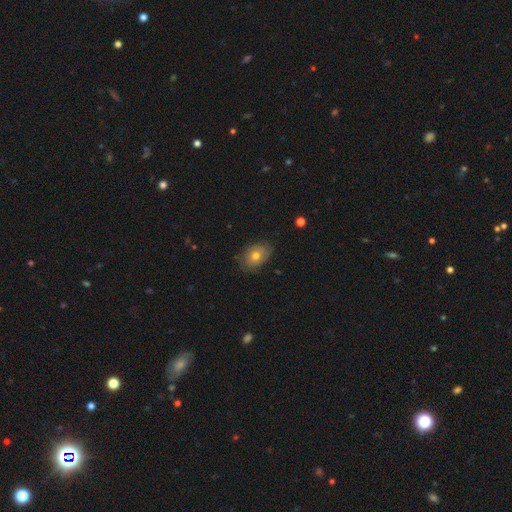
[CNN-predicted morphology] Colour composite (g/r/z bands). It shows a smooth galaxy with no disk features (60%) that is in between round and cigar-shaped (74%). Merging: none (75%).